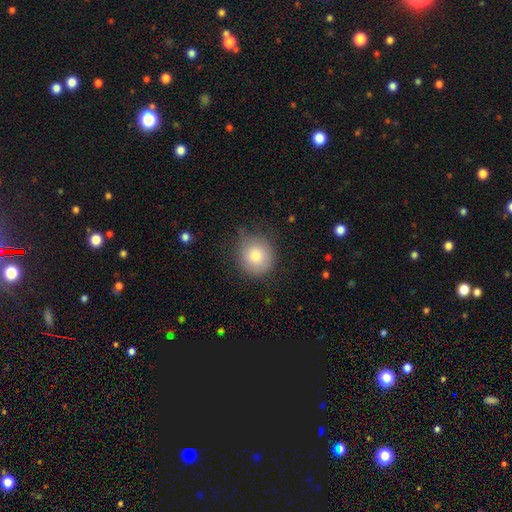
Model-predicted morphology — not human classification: A smooth galaxy with no disk features (81%) that is round (89%).

Vote fractions:
- Smooth or featured? smooth: 81% / featured or disk: 10% / star or artifact: 9%
- How rounded? round: 89% / in between: 10% / cigar-shaped: 1%
- Merging? none: 76% / minor disturbance: 18% / major disturbance: 4% / merger: 1%